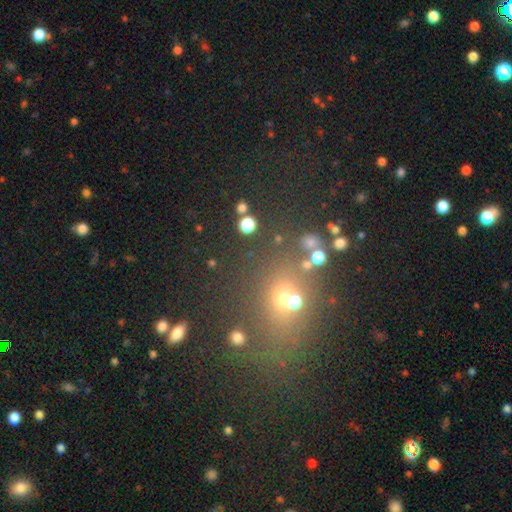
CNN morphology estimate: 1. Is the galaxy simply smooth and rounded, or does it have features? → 46% star or artifact, 39% smooth, 16% featured or disk.